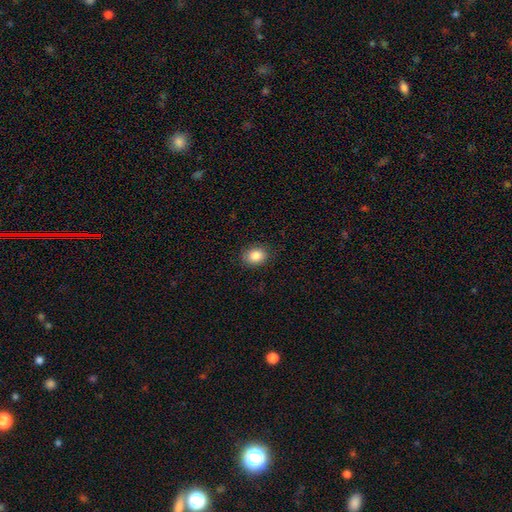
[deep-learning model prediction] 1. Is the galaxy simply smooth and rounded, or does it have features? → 86% smooth, 9% star or artifact, 5% featured or disk.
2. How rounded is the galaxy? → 53% in between, 46% round, 1% cigar-shaped.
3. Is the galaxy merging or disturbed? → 87% none, 9% minor disturbance, 2% major disturbance, 1% merger.